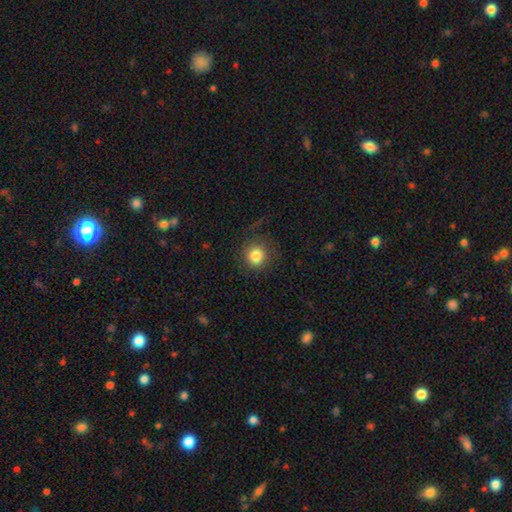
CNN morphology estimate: type=smooth (83%); roundness=round (91%); merging=none (82%).